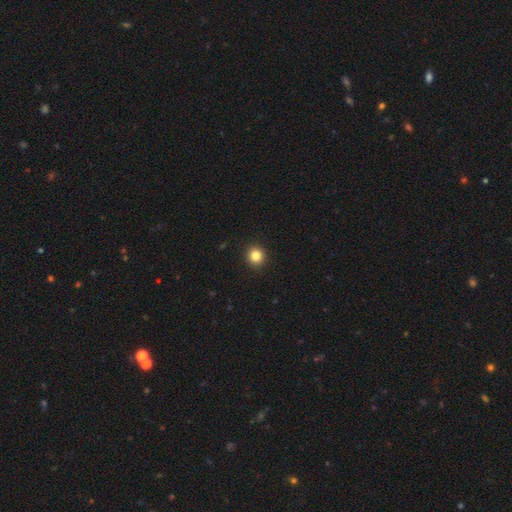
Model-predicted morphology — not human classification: Overall: smooth (84%). How rounded: round (89%). Merging: none (93%).